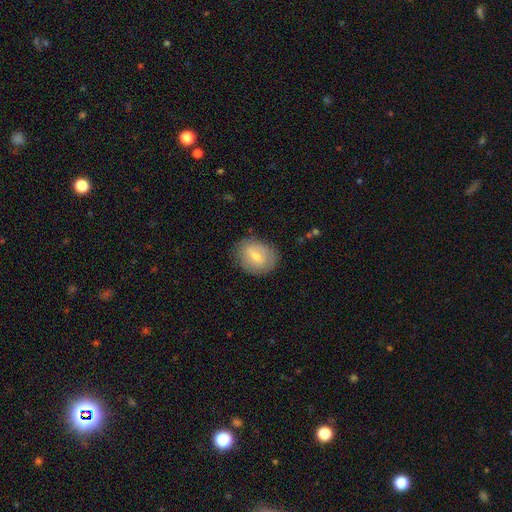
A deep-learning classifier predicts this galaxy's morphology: Overall: smooth (54%; featured or disk 37%). How rounded: in between (54%; round 44%). Merging: none (80%).